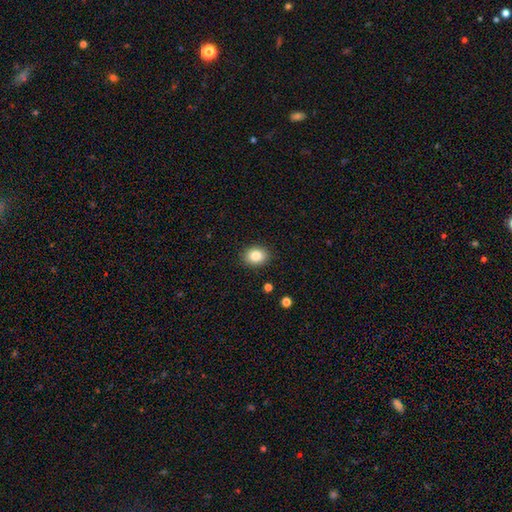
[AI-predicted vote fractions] The model was most divided on "how rounded": in between: 52%, round: 47%, cigar-shaped: 1%. More confident: merging — none (89%); smooth or featured — smooth (85%).